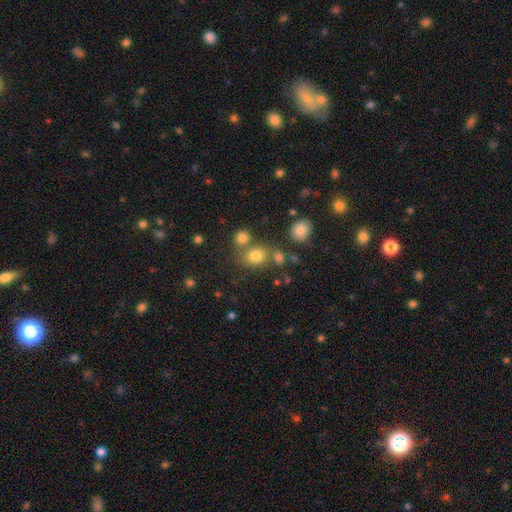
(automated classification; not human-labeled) The model was most divided on "how rounded": round: 67%, in between: 32%, cigar-shaped: 1%. More confident: smooth or featured — smooth (78%); merging — none (63%).